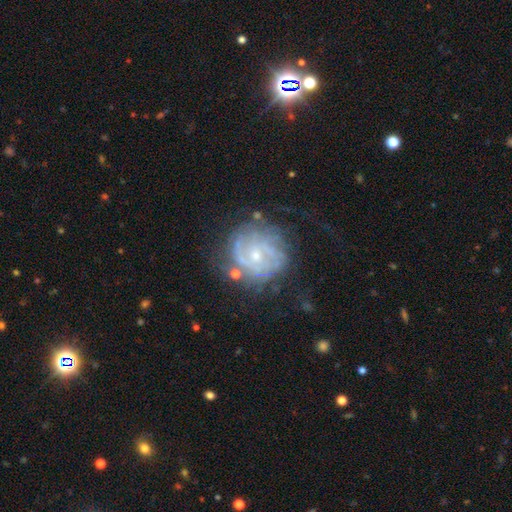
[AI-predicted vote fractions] Morphology: type=featured or disk (78%); edge-on=no (98%); bar=no (69%); spiral arms=yes (87%); winding=tight (63%); arm count=can't tell (43%); bulge=small (72%); merging=none (64%).